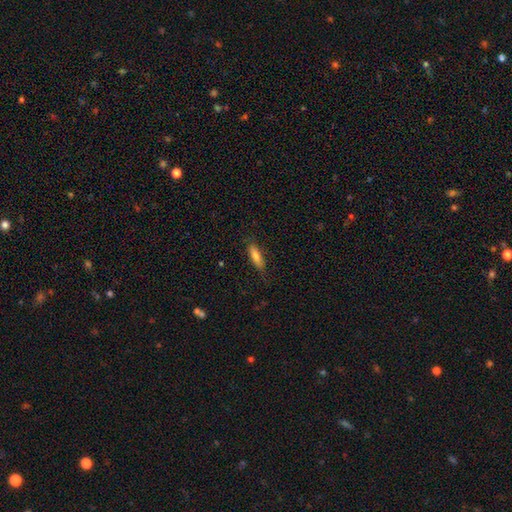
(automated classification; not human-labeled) Q: Smooth or featured?
A: smooth (76%); runner-up: featured or disk (18%)
Q: How rounded?
A: cigar-shaped (55%); runner-up: in between (43%)
Q: Merging?
A: none (78%); runner-up: minor disturbance (17%)